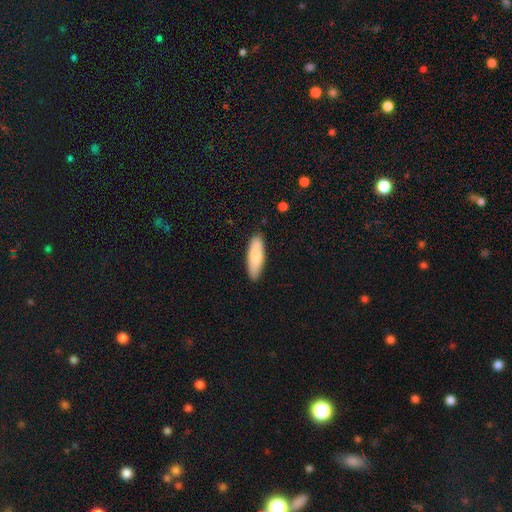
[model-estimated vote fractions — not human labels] Smooth or featured? Predicted: smooth (p=0.76). How rounded? Predicted: in between (p=0.58). Merging? Predicted: none (p=0.84).